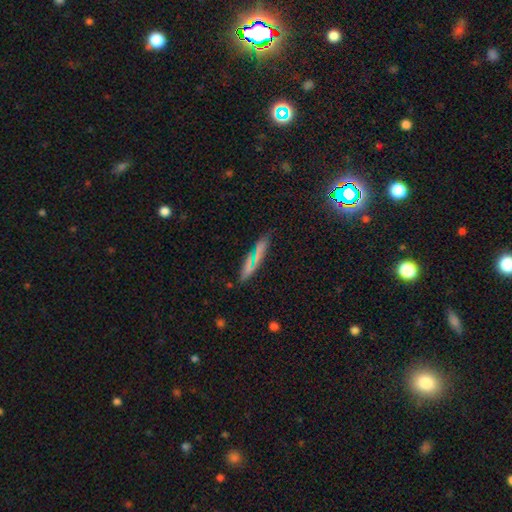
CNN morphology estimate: Smooth or featured? smooth (62%)
How rounded? cigar-shaped (77%)
Merging? none (80%)